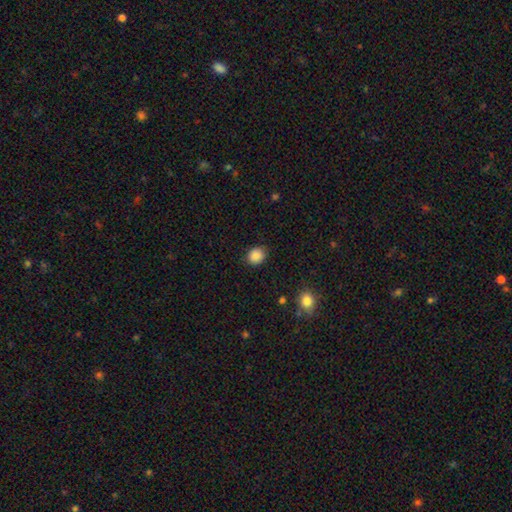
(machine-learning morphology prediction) type=smooth (87%); roundness=round (67%); merging=none (83%).